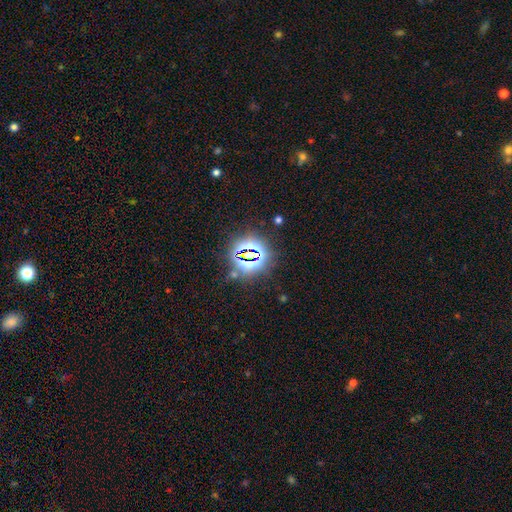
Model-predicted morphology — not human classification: smooth-or-featured: star or artifact: 77% | smooth: 15% | featured or disk: 8%